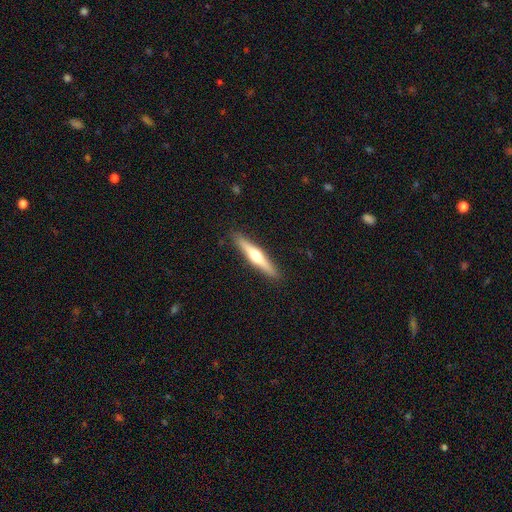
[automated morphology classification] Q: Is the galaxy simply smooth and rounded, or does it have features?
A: featured or disk — 59%.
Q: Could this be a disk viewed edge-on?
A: yes — 97%.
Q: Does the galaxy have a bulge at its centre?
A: rounded — 91%.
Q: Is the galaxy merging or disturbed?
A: none — 91%.